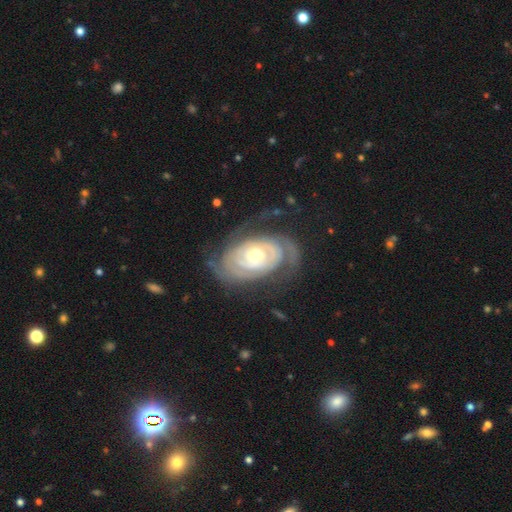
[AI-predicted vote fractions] featured or disk 87%, smooth 9%, star or artifact 4%. Down the decision tree: edge-on disk — no (95%); bar — no (74%); spiral arms — yes (91%); spiral arm count — 2 (37%); spiral winding — tight (75%); bulge size — moderate (64%); merging — none (67%).